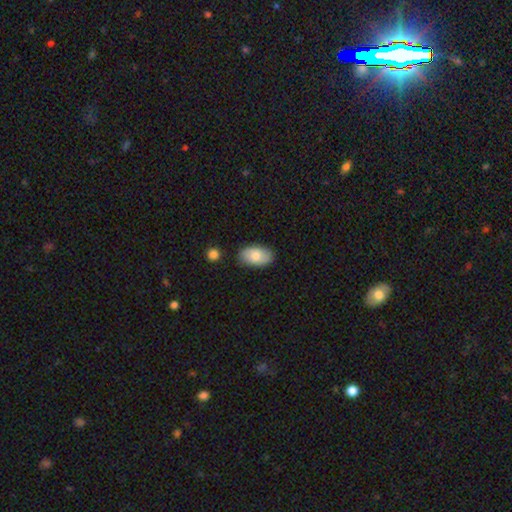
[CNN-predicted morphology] Smooth or featured? smooth (77%)
How rounded? in between (94%)
Merging? none (81%)